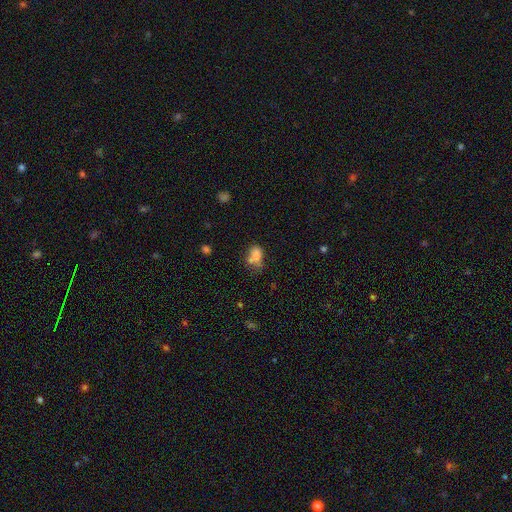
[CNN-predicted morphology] type=smooth (74%); roundness=in between (74%); merging=merger (33%).